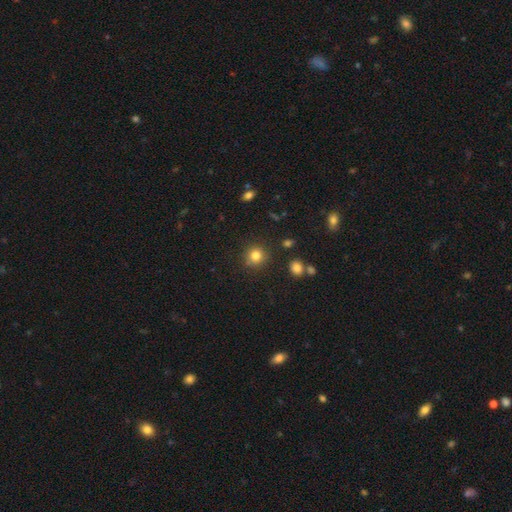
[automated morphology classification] The model was most divided on "smooth or featured": smooth: 82%, star or artifact: 12%, featured or disk: 6%. More confident: how rounded — round (91%); merging — none (87%).